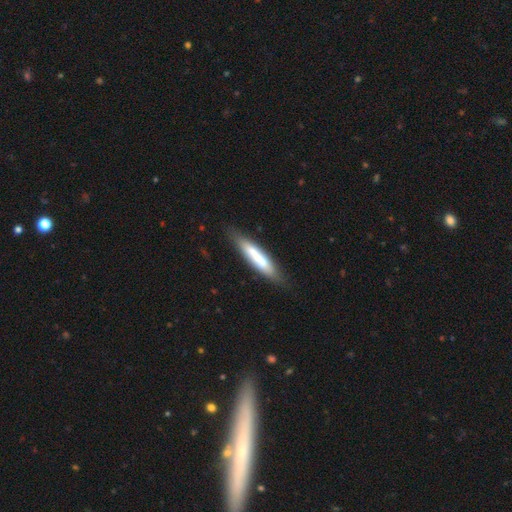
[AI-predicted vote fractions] This is likely a smooth galaxy (61%). How rounded: clearly cigar-shaped (82%). Merging: likely none (72%).